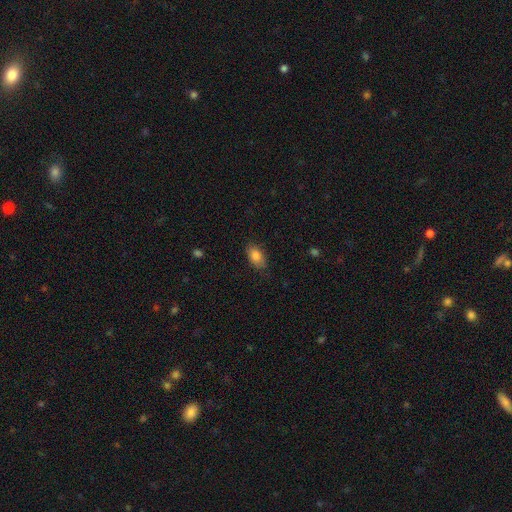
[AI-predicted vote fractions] Smooth or featured?
  - smooth: 83% *
  - featured or disk: 9%
  - star or artifact: 8%
How rounded?
  - in between: 90% *
  - round: 7%
  - cigar-shaped: 3%
Merging?
  - none: 81% *
  - minor disturbance: 15%
  - major disturbance: 3%
  - merger: 1%